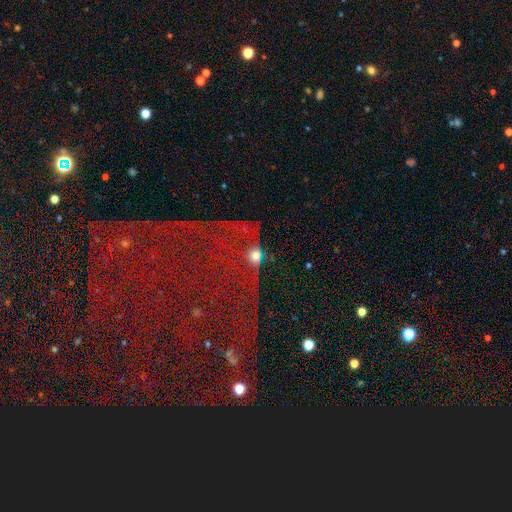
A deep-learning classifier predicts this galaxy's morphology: smooth-or-featured: smooth: 46% | featured or disk: 29% | star or artifact: 25%
  merging: none: 38% | major disturbance: 29% | minor disturbance: 18% | merger: 15%